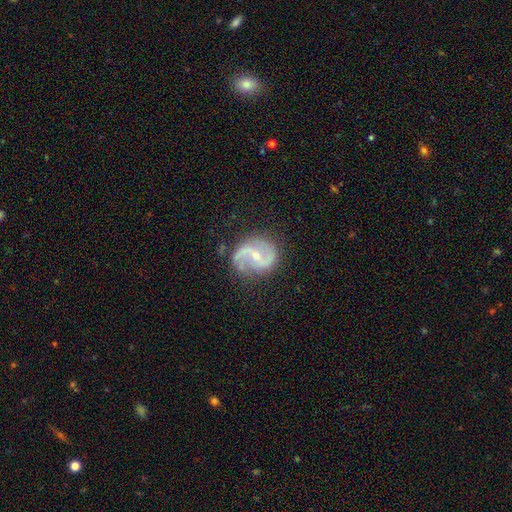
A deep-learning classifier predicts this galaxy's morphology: smooth-or-featured: featured or disk: 89% | smooth: 6% | star or artifact: 5%
  disk-edge-on: no: 98% | yes: 2%
    bar: weak: 43% | no: 37% | strong: 20%
    has-spiral-arms: yes: 97% | no: 3%
      spiral-winding: medium: 50% | loose: 37% | tight: 13%
      spiral-arm-count: 2: 92% | can't tell: 2% | 3: 2% | 1: 2% | 4: 1% | more than 4: 1%
    bulge-size: small: 60% | moderate: 36% | none: 2% | large: 1% | dominant: 1%
  merging: none: 77% | minor disturbance: 16% | major disturbance: 6% | merger: 1%